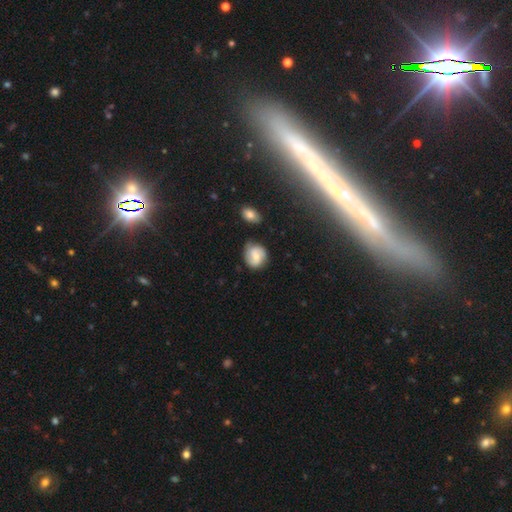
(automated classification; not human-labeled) Smooth or featured: smooth — 47% (featured or disk — 45%)
Merging: none — 70% (minor disturbance — 20%)